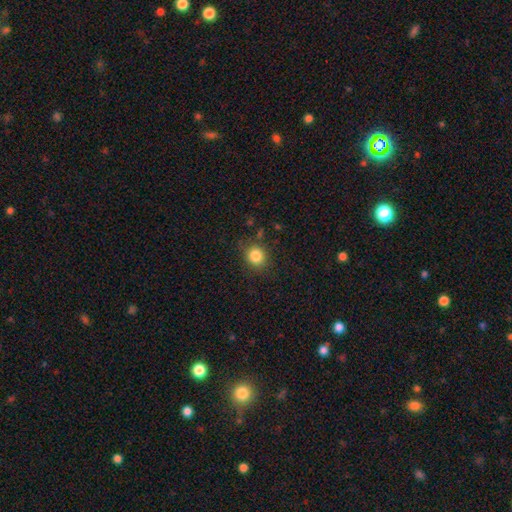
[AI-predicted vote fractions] Overall: smooth (84%). How rounded: round (83%). Merging: none (84%).